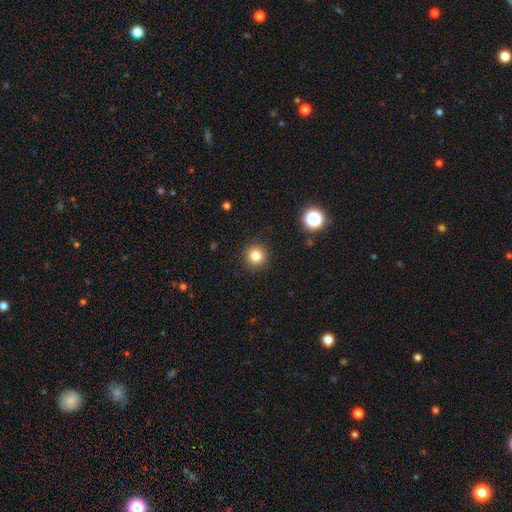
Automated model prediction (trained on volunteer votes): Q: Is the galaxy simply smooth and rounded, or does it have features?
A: smooth — 82%.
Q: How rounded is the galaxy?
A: round — 94%.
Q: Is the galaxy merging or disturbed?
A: none — 91%.